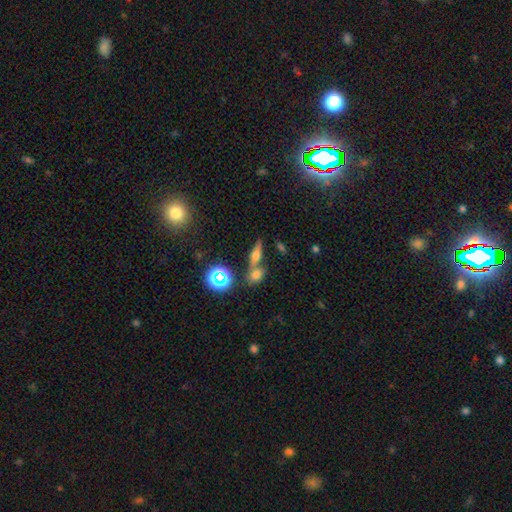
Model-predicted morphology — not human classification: Smooth or featured?
  - smooth: 43% *
  - featured or disk: 39%
  - star or artifact: 18%
Merging?
  - none: 56% *
  - merger: 30%
  - minor disturbance: 9%
  - major disturbance: 4%